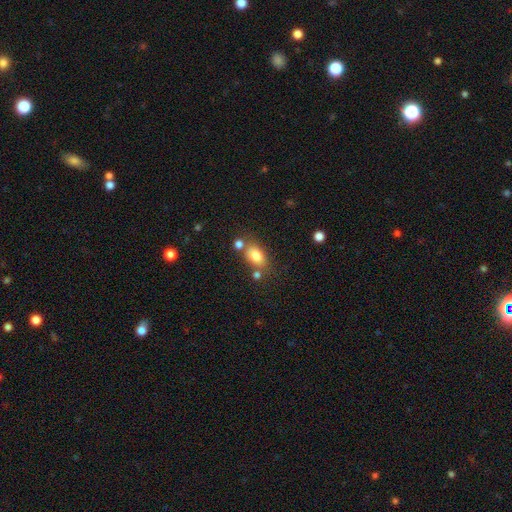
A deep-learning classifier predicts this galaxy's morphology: Q: Smooth or featured?
A: smooth (80%); runner-up: featured or disk (10%)
Q: How rounded?
A: in between (82%); runner-up: round (16%)
Q: Merging?
A: none (64%); runner-up: merger (17%)